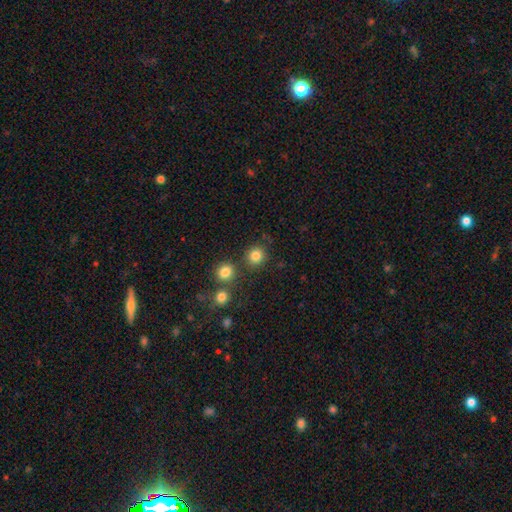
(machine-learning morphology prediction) Smooth or featured? smooth (83%)
How rounded? round (89%)
Merging? none (81%)